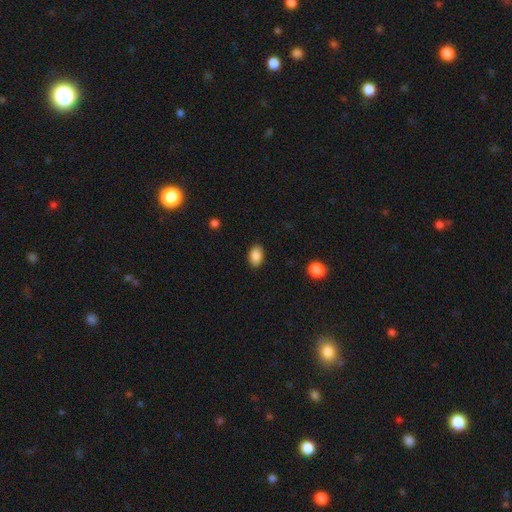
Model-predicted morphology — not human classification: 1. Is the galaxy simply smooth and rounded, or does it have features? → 88% smooth, 8% star or artifact, 4% featured or disk.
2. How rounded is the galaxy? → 86% in between, 12% round, 1% cigar-shaped.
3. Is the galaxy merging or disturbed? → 88% none, 9% minor disturbance, 2% major disturbance, 1% merger.